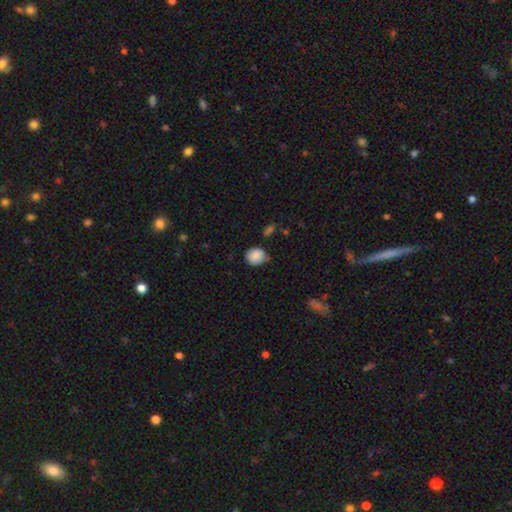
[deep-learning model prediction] smooth 86%, star or artifact 8%, featured or disk 6%. Down the decision tree: how rounded — round (76%); merging — none (64%).